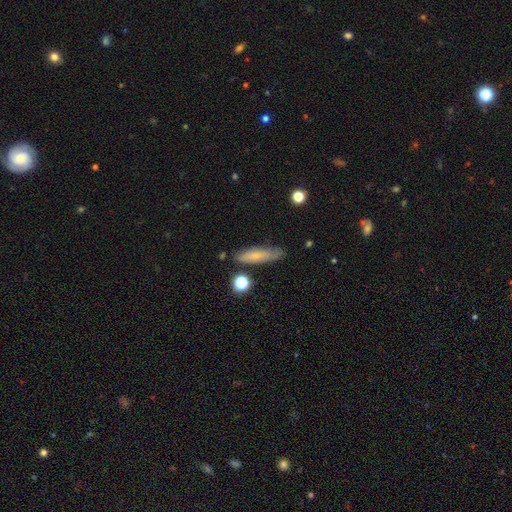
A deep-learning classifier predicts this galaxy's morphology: smooth 67%, featured or disk 25%, star or artifact 8%. Down the decision tree: how rounded — cigar-shaped (75%); merging — none (77%).